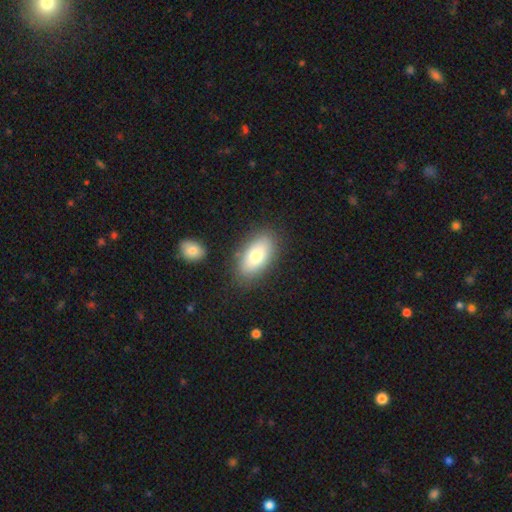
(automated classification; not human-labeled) Smooth or featured? Predicted: smooth (p=0.75). How rounded? Predicted: in between (p=0.91). Merging? Predicted: none (p=0.82).